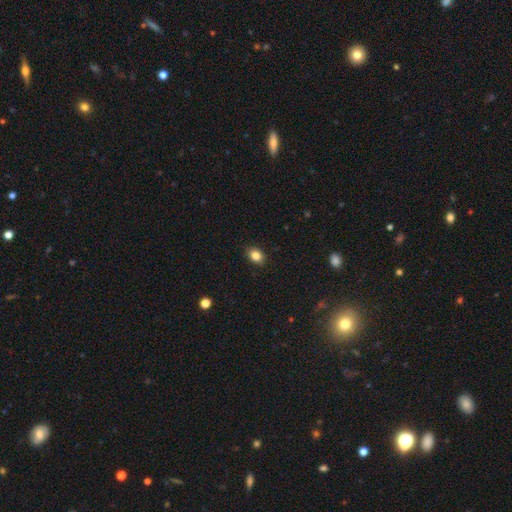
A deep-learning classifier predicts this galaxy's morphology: Smooth or featured: smooth — 84% (star or artifact — 10%)
How rounded: in between — 66% (round — 33%)
Merging: none — 89% (minor disturbance — 8%)